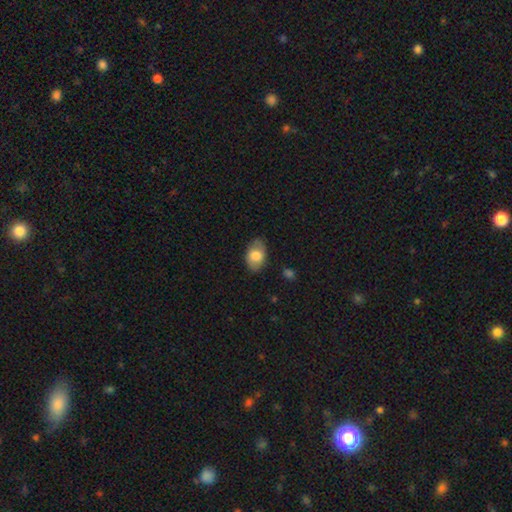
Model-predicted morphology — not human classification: Overall: smooth (74%). How rounded: in between (89%). Merging: none (78%).